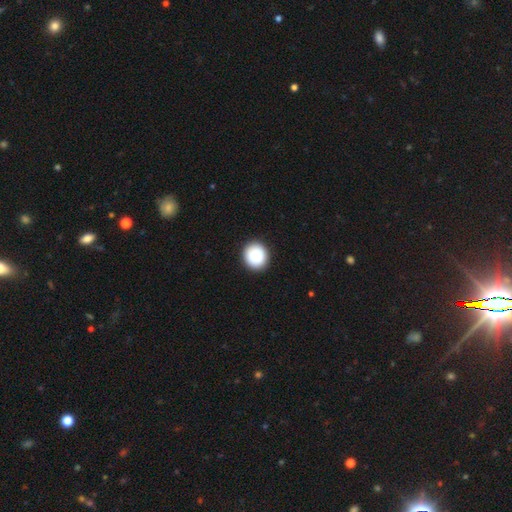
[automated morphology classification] type=smooth (88%); roundness=round (85%); merging=none (92%).